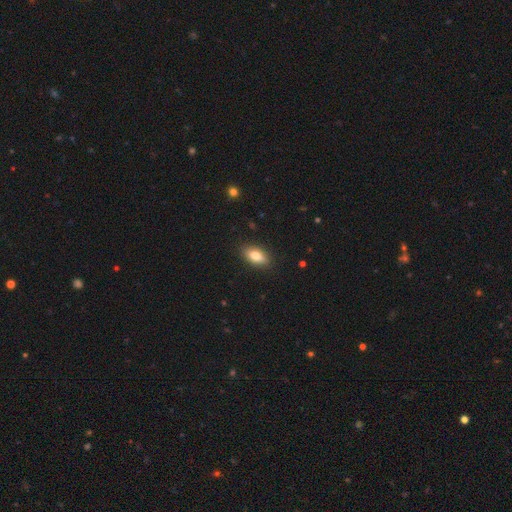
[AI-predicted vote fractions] The model was most divided on "smooth or featured": smooth: 78%, featured or disk: 15%, star or artifact: 7%. More confident: merging — none (87%); how rounded — in between (86%).